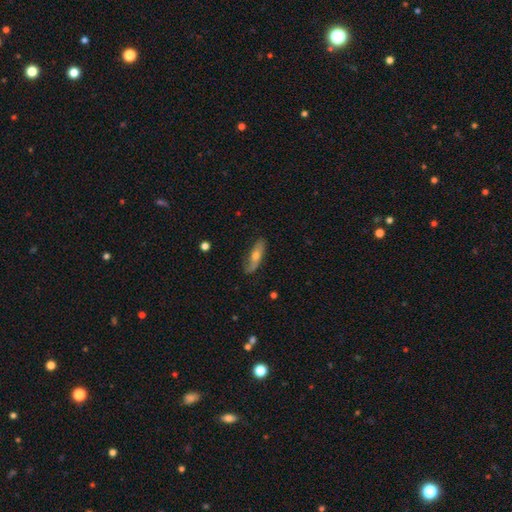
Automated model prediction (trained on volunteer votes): Smooth or featured? featured or disk (48%)
Merging? none (77%)